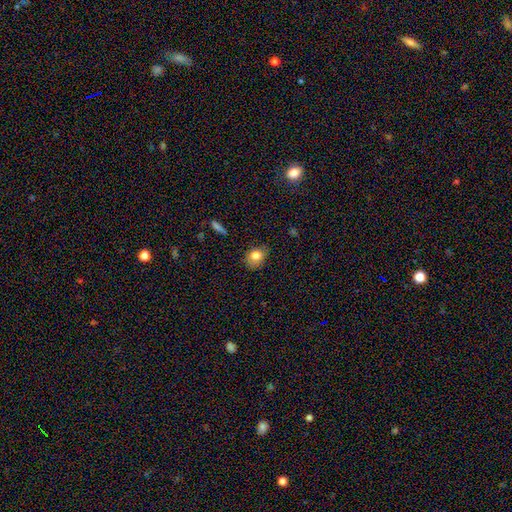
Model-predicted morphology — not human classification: smooth_or_featured: smooth (p=0.81) [alt: star or artifact p=0.10]
how_rounded: in between (p=0.54) [alt: round p=0.45]
merging: none (p=0.74) [alt: minor disturbance p=0.20]